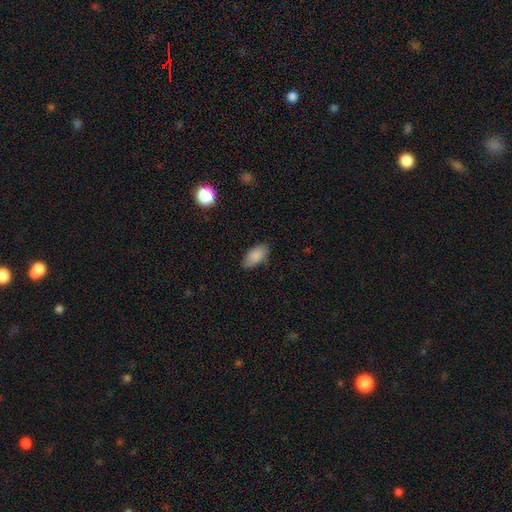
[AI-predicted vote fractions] This is clearly a smooth galaxy (85%). How rounded: clearly in between (93%). Merging: likely none (77%).